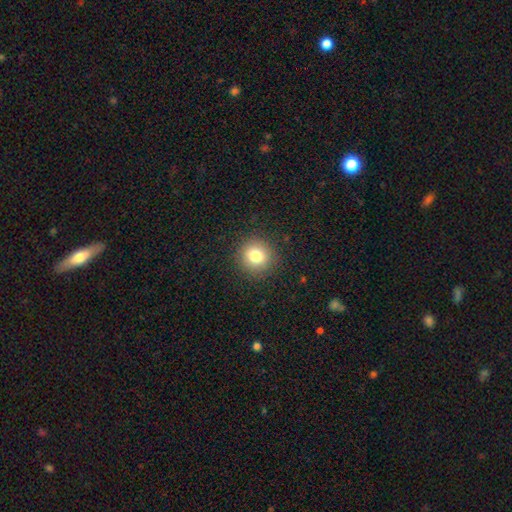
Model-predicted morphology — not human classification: Smooth or featured? Predicted: smooth (p=0.80). How rounded? Predicted: round (p=0.92). Merging? Predicted: none (p=0.90).